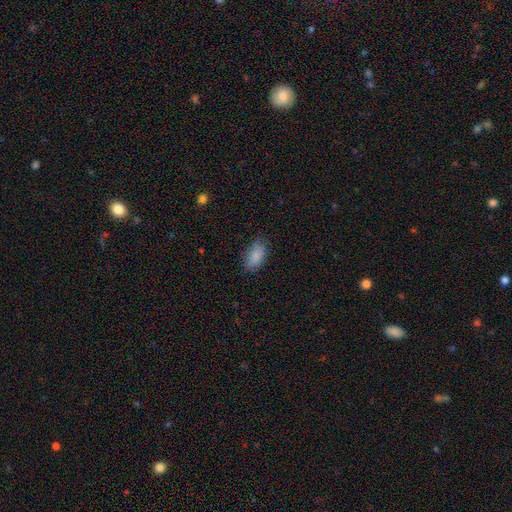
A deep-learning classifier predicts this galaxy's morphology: smooth-or-featured: smooth: 86% | star or artifact: 7% | featured or disk: 7%
  how-rounded: in between: 92% | round: 5% | cigar-shaped: 4%
  merging: none: 74% | minor disturbance: 20% | major disturbance: 5% | merger: 1%